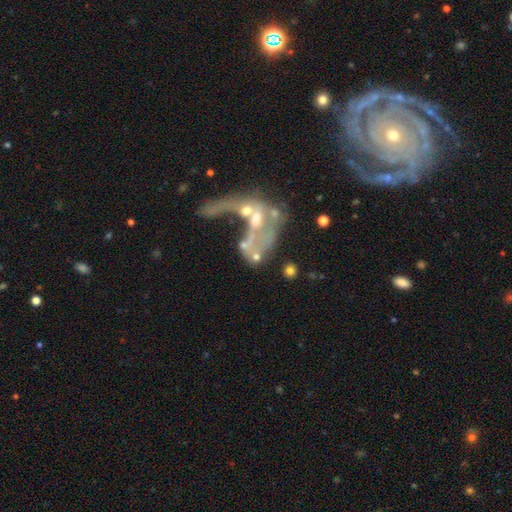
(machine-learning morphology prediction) Smooth or featured: featured or disk — 51% (smooth — 33%)
Edge-on disk: no — 95% (yes — 5%)
Merging: merger — 57% (major disturbance — 25%)